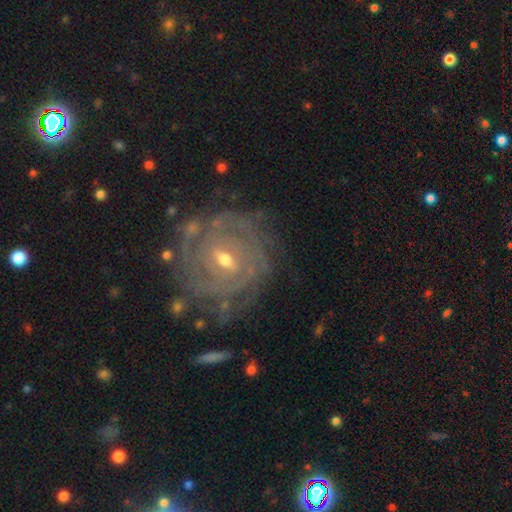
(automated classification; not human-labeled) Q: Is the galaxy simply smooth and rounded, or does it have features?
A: featured or disk — 83%.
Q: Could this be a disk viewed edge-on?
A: no — 97%.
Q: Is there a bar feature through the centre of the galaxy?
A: weak — 50%.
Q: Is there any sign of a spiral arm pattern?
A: yes — 92%.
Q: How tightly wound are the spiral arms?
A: tight — 79%.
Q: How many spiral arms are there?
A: can't tell — 44%.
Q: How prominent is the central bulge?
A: small — 52%.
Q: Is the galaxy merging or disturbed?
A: none — 77%.